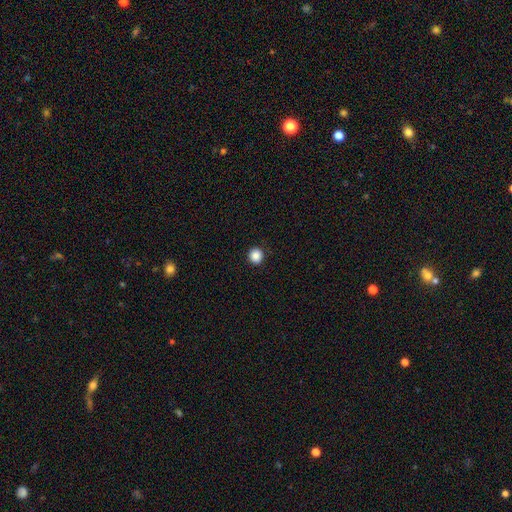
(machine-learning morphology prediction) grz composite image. It shows a smooth galaxy with no disk features (87%) that is round (91%). Merging: none (92%).